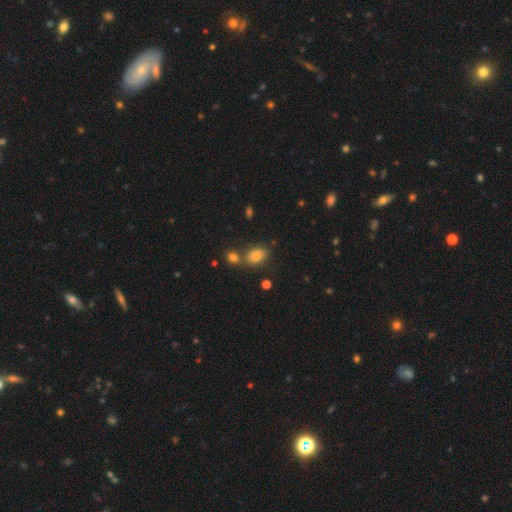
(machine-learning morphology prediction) Q: Smooth or featured?
A: smooth (80%); runner-up: star or artifact (13%)
Q: How rounded?
A: in between (79%); runner-up: round (19%)
Q: Merging?
A: none (58%); runner-up: merger (26%)